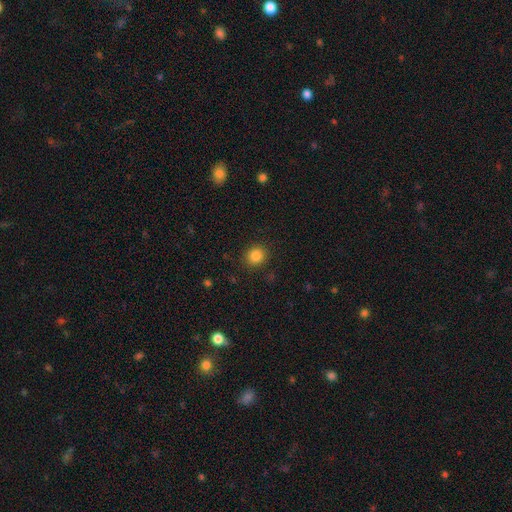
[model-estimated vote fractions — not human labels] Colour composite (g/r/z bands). It shows a smooth galaxy with no disk features (85%) that is round (85%). Merging: none (89%).